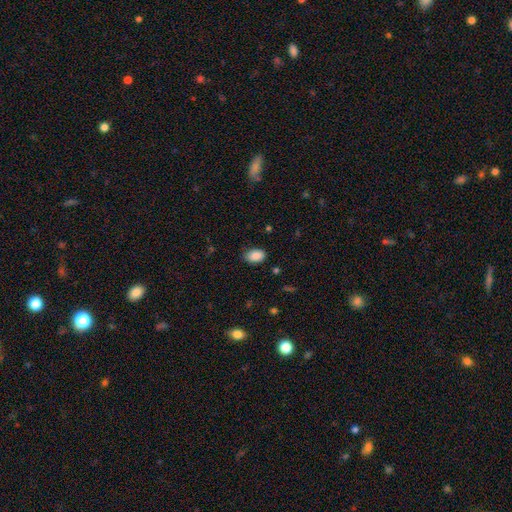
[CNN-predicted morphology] smooth-or-featured: smooth: 88% | star or artifact: 8% | featured or disk: 4%
  how-rounded: in between: 86% | round: 13% | cigar-shaped: 1%
  merging: none: 78% | minor disturbance: 17% | major disturbance: 3% | merger: 1%